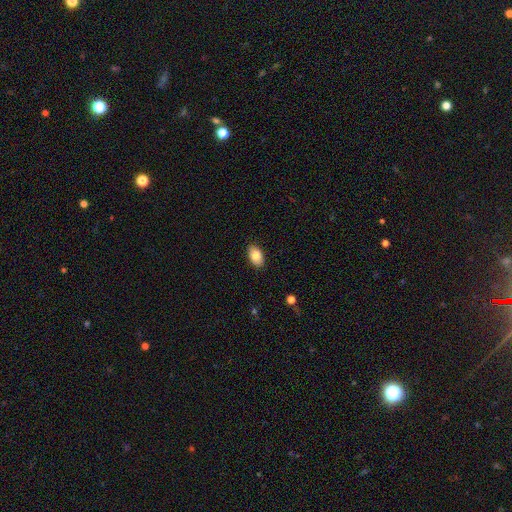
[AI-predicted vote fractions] Morphology: type=smooth (85%); roundness=in between (92%); merging=none (88%).